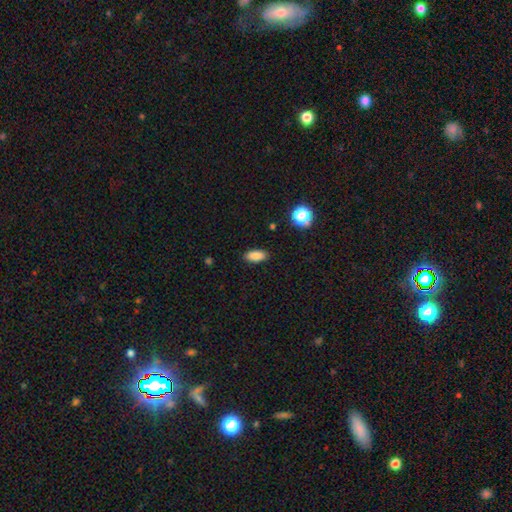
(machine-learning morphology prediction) Overall: smooth (87%). How rounded: in between (88%). Merging: none (89%).